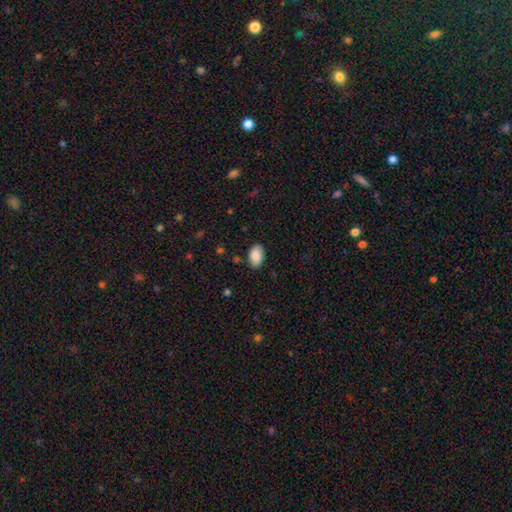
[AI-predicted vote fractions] smooth-or-featured: smooth: 89% | star or artifact: 7% | featured or disk: 5%
  how-rounded: in between: 93% | round: 6% | cigar-shaped: 1%
  merging: none: 86% | minor disturbance: 10% | major disturbance: 2% | merger: 1%